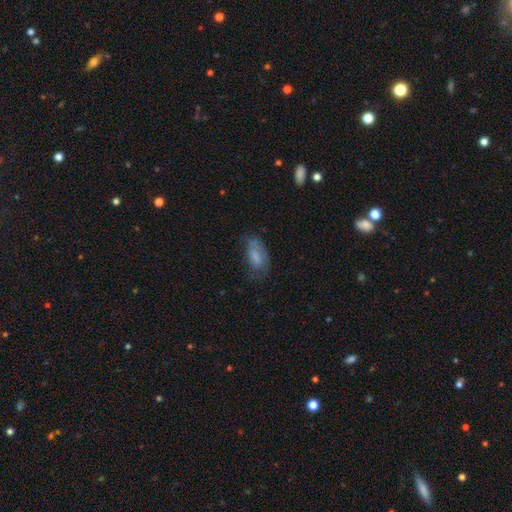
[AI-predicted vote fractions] This is likely a smooth galaxy (69%). How rounded: clearly in between (88%). Merging: possibly none (52%).